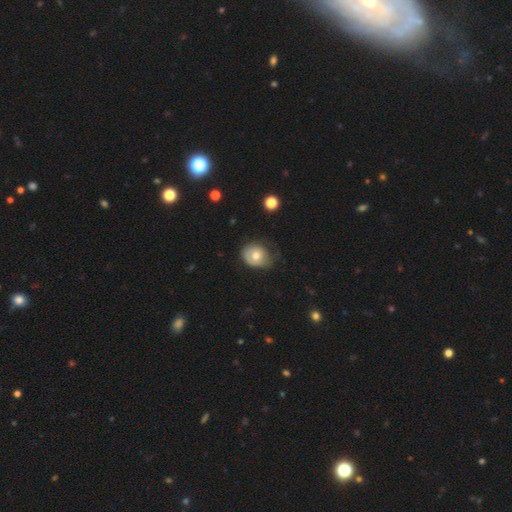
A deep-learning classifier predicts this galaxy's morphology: A smooth galaxy with no disk features (63%) that is round (57%).

Vote fractions:
- Smooth or featured? smooth: 63% / featured or disk: 29% / star or artifact: 8%
- How rounded? round: 57% / in between: 42% / cigar-shaped: 1%
- Merging? none: 50% / minor disturbance: 36% / major disturbance: 12% / merger: 2%